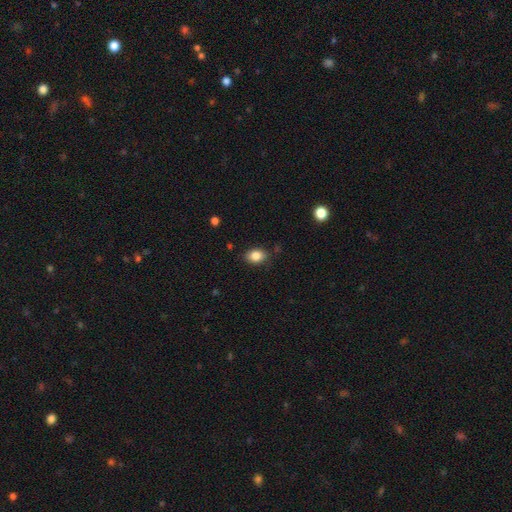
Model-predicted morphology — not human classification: smooth-or-featured: smooth: 84% | star or artifact: 9% | featured or disk: 7%
  how-rounded: in between: 75% | round: 24% | cigar-shaped: 1%
  merging: none: 82% | minor disturbance: 13% | major disturbance: 3% | merger: 2%